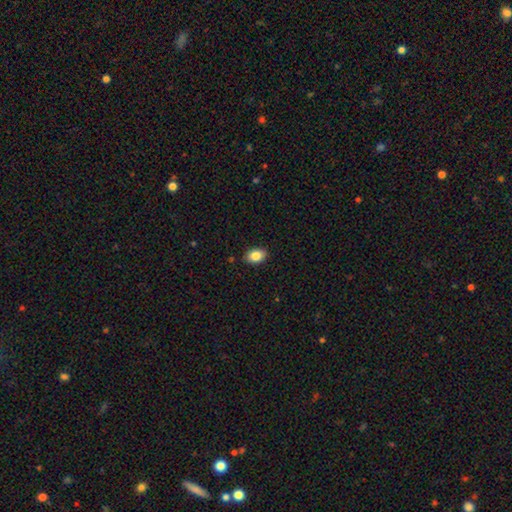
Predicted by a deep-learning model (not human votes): Q: Smooth or featured?
A: smooth (86%); runner-up: star or artifact (8%)
Q: How rounded?
A: in between (88%); runner-up: round (11%)
Q: Merging?
A: none (88%); runner-up: minor disturbance (9%)